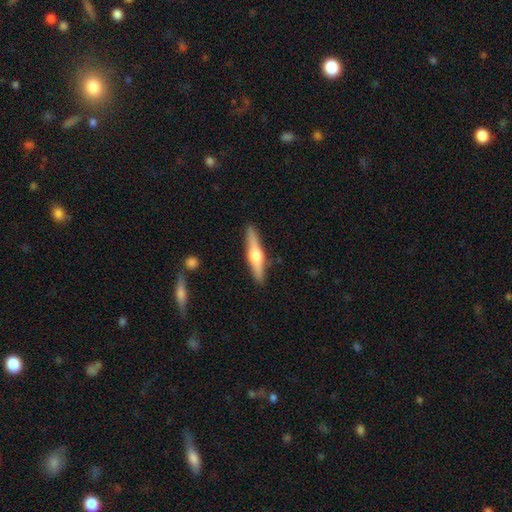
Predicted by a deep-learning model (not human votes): The model was most divided on "smooth or featured": featured or disk: 60%, smooth: 35%, star or artifact: 5%. More confident: edge-on disk — yes (96%); edge-on bulge — rounded (93%); merging — none (89%).